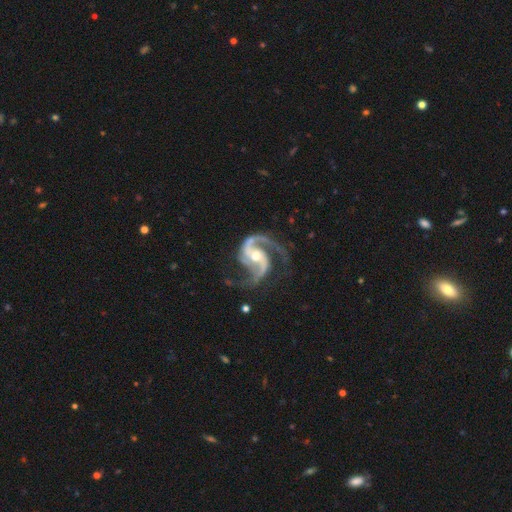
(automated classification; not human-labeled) Smooth or featured: featured or disk — 94% (star or artifact — 4%)
Edge-on disk: no — 98% (yes — 2%)
Bar: no — 41% (weak — 37%)
Spiral arms: yes — 98% (no — 2%)
Spiral winding: medium — 62% (loose — 24%)
Spiral arm count: 2 — 84% (3 — 8%)
Bulge size: moderate — 68% (small — 25%)
Merging: none — 66% (minor disturbance — 19%)